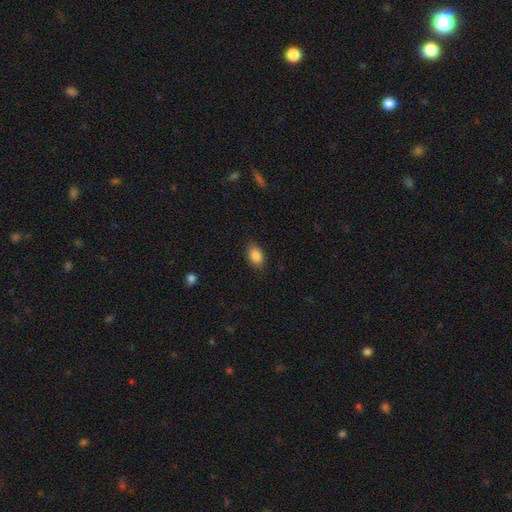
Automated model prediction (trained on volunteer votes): A smooth galaxy with no disk features (87%) that is in between round and cigar-shaped (85%). Merging: none (84%).